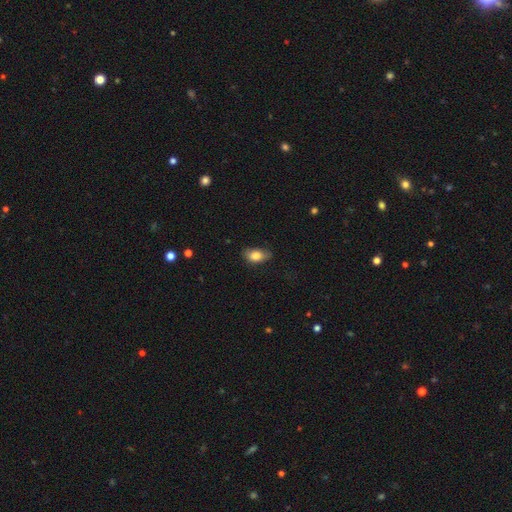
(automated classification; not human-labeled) The model was most divided on "merging": none: 70%, minor disturbance: 24%, major disturbance: 5%, merger: 1%. More confident: how rounded — in between (89%); smooth or featured — smooth (81%).